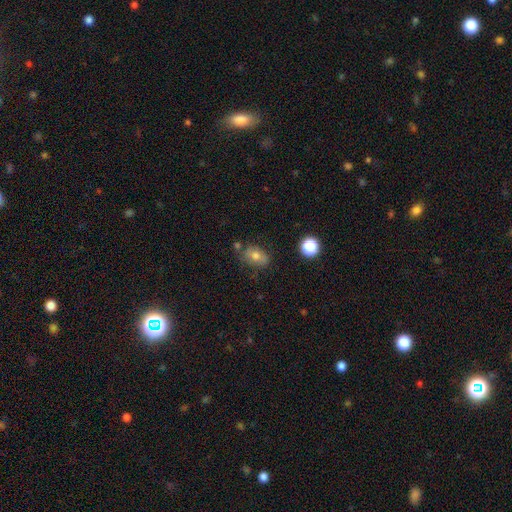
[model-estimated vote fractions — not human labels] Morphology: type=smooth (69%); roundness=in between (74%); merging=none (69%).